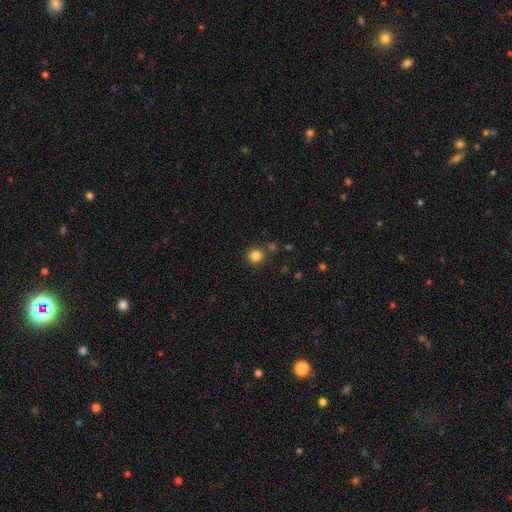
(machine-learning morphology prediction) smooth-or-featured: smooth: 83% | star or artifact: 12% | featured or disk: 4%
  how-rounded: round: 94% | in between: 5% | cigar-shaped: 1%
  merging: none: 84% | minor disturbance: 7% | merger: 6% | major disturbance: 3%